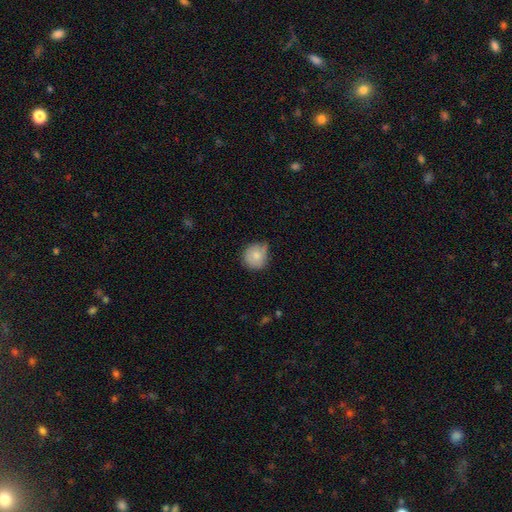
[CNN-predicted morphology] smooth-or-featured: smooth: 81% | featured or disk: 11% | star or artifact: 8%
  how-rounded: round: 87% | in between: 12% | cigar-shaped: 1%
  merging: none: 59% | minor disturbance: 34% | major disturbance: 5% | merger: 2%